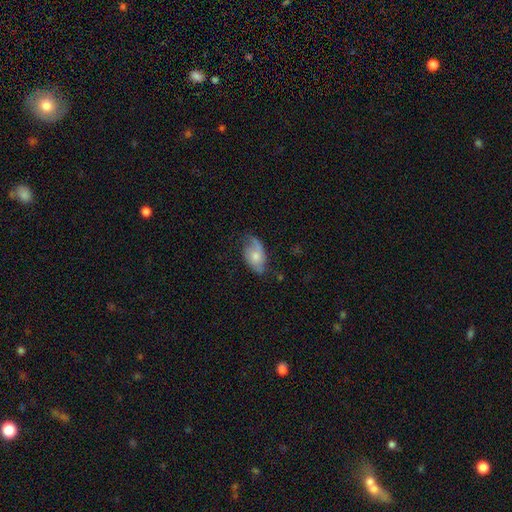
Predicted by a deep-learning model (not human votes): smooth_or_featured: smooth (p=0.49) [alt: featured or disk p=0.44]
merging: none (p=0.48) [alt: minor disturbance p=0.33]